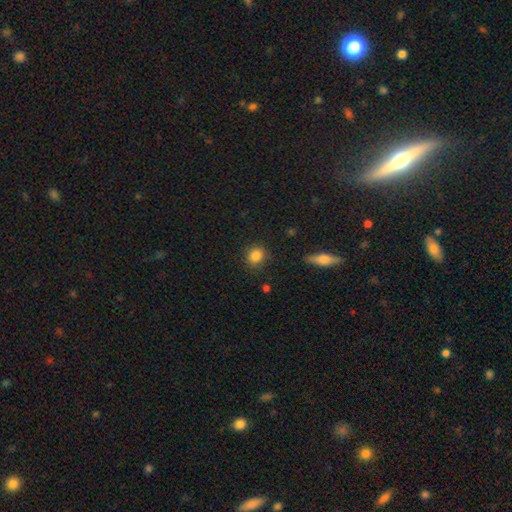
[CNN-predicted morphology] Overall: smooth (85%). How rounded: round (76%). Merging: none (82%).